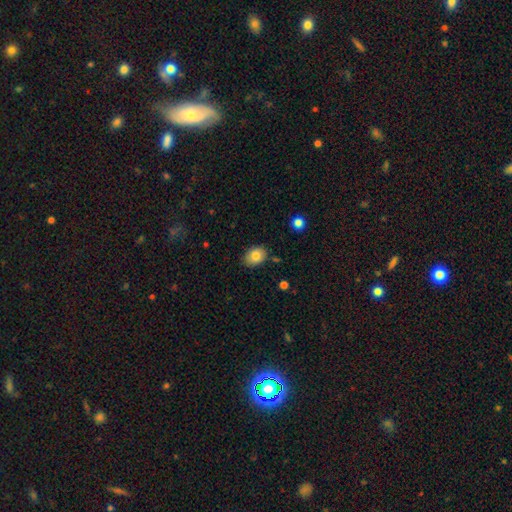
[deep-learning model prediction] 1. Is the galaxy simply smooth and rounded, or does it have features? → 82% smooth, 10% featured or disk, 8% star or artifact.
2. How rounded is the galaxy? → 71% in between, 28% round, 1% cigar-shaped.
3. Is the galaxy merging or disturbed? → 80% none, 15% minor disturbance, 2% major disturbance, 2% merger.